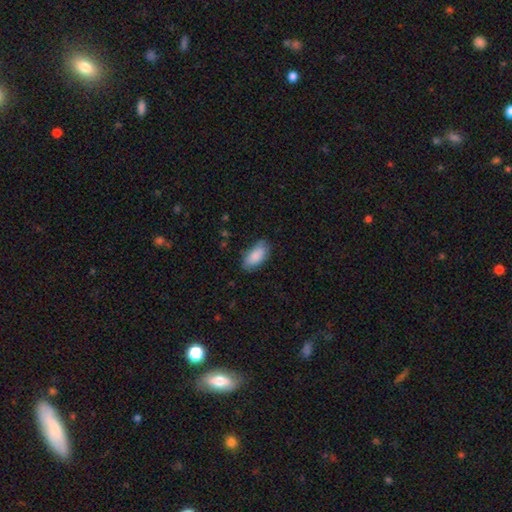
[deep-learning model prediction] Overall: smooth (87%). How rounded: in between (91%). Merging: none (77%).